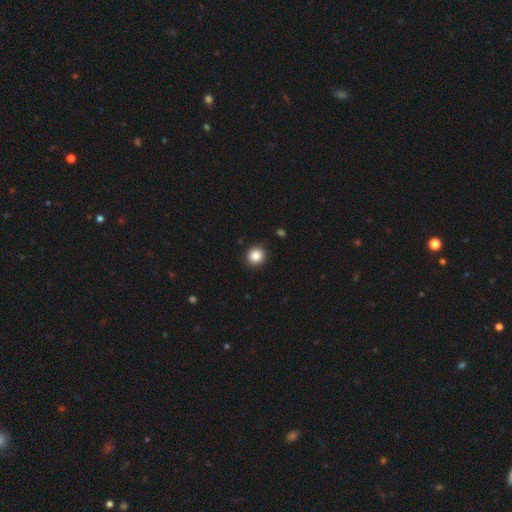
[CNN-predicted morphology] Smooth or featured? smooth (86%)
How rounded? round (91%)
Merging? none (91%)